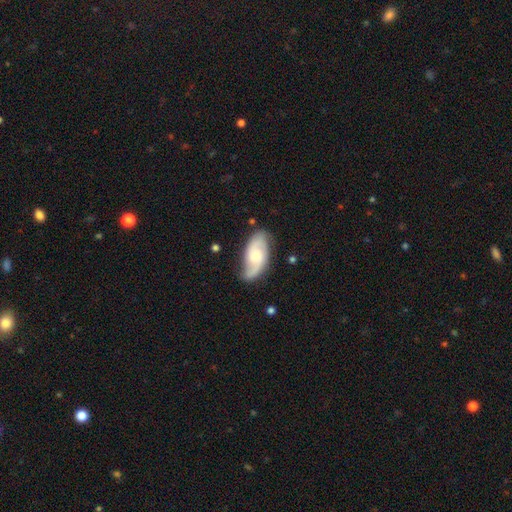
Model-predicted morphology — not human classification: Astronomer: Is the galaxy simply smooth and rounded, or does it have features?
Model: featured or disk — 70%.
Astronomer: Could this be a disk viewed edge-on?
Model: no — 95%.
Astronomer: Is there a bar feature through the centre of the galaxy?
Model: no — 57% (runner-up: weak, 36%).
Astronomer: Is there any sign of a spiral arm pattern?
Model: yes — 94%.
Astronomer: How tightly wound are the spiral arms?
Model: medium — 43% (runner-up: loose, 34%).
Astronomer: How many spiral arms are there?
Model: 2 — 85%.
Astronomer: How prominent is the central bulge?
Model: small — 46% (runner-up: moderate, 42%).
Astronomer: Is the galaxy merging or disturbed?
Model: none — 77%.